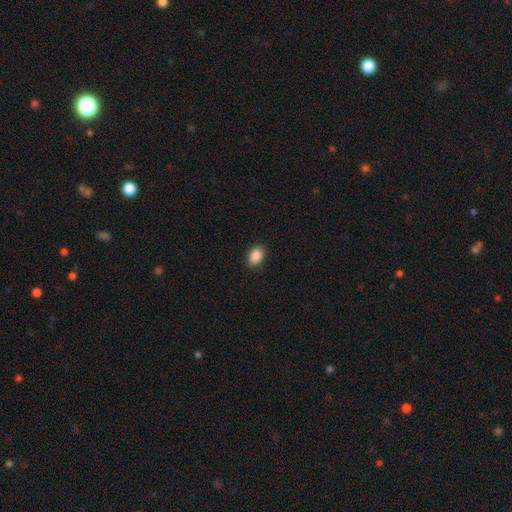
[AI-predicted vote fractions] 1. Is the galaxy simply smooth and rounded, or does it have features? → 88% smooth, 9% star or artifact, 4% featured or disk.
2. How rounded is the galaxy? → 74% in between, 25% round, 1% cigar-shaped.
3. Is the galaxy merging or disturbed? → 88% none, 9% minor disturbance, 2% major disturbance, 1% merger.